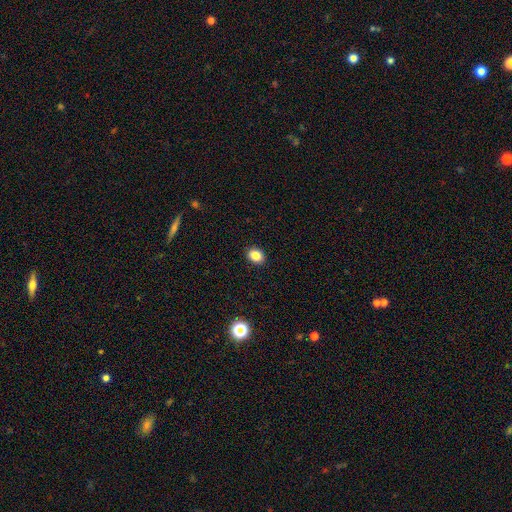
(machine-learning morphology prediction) Overall: smooth (84%). How rounded: in between (62%; round 37%). Merging: none (91%).